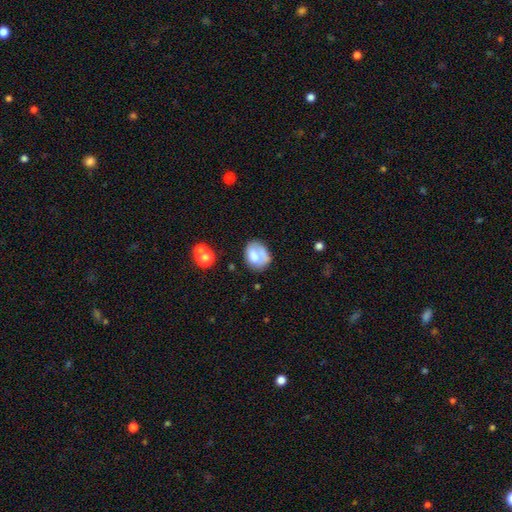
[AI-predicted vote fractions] A smooth galaxy with no disk features (64%) that is in between round and cigar-shaped (61%).

Vote fractions:
- Smooth or featured? smooth: 64% / featured or disk: 27% / star or artifact: 9%
- How rounded? in between: 61% / round: 37% / cigar-shaped: 1%
- Merging? none: 47% / minor disturbance: 26% / major disturbance: 15% / merger: 11%